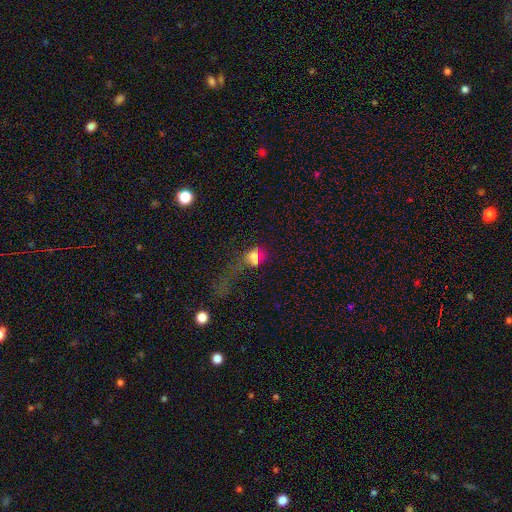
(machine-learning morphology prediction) Smooth or featured?
  - smooth: 50% *
  - star or artifact: 32%
  - featured or disk: 18%
How rounded?
  - in between: 52% *
  - round: 40%
  - cigar-shaped: 8%
Merging?
  - none: 33% *
  - major disturbance: 29%
  - merger: 23%
  - minor disturbance: 15%